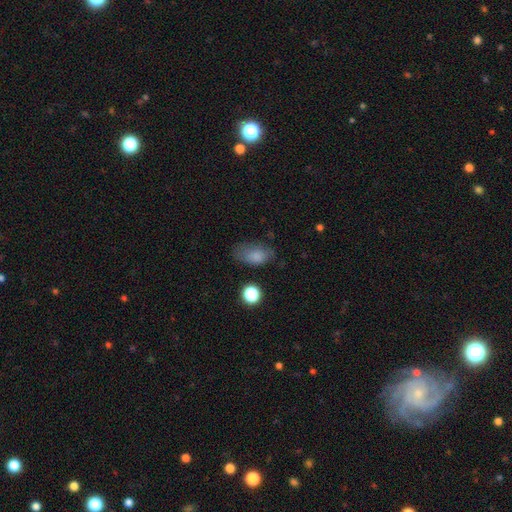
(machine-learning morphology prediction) A smooth galaxy with no disk features (80%) that is in between round and cigar-shaped (87%). Merging: none (60%).